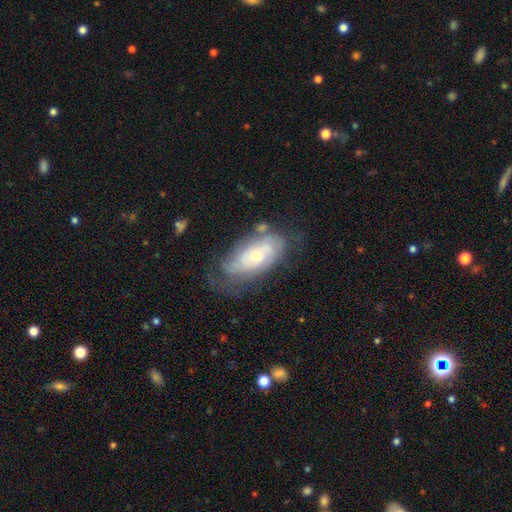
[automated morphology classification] smooth_or_featured: featured or disk (p=0.66) [alt: smooth p=0.27]
disk_edge_on: no (p=0.92) [alt: yes p=0.08]
bar: no (p=0.74) [alt: weak p=0.21]
has_spiral_arms: yes (p=0.82) [alt: no p=0.18]
bulge_size: small (p=0.63) [alt: moderate p=0.29]
merging: none (p=0.55) [alt: minor disturbance p=0.26]